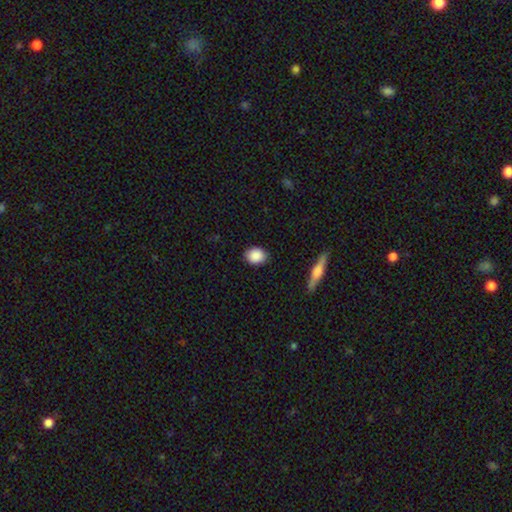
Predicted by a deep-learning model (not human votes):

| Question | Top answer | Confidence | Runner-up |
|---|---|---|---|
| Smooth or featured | smooth | 88% | star or artifact (8%) |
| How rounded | round | 50% | in between (48%) |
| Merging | none | 88% | minor disturbance (9%) |